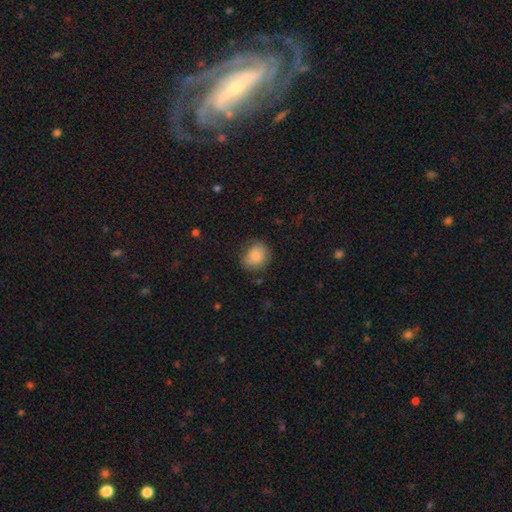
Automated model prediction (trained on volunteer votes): Overall: smooth (81%). How rounded: round (61%; in between 38%). Merging: none (68%).